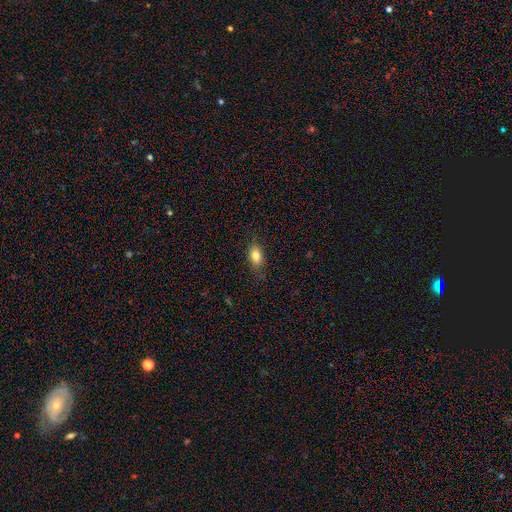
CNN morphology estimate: Overall: smooth (82%). How rounded: in between (83%). Merging: none (78%).